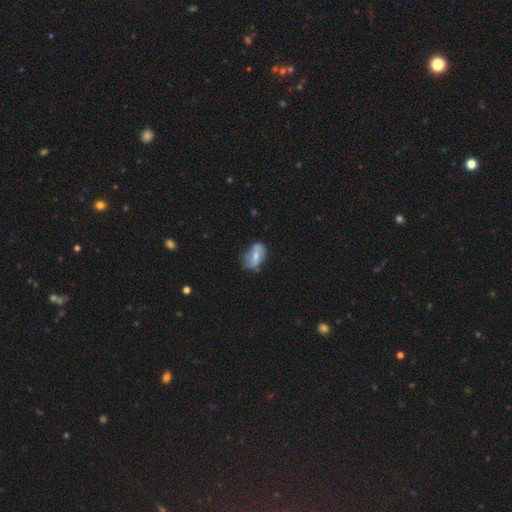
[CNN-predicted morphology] smooth_or_featured: smooth (p=0.47) [alt: featured or disk p=0.45]
merging: none (p=0.55) [alt: minor disturbance p=0.32]